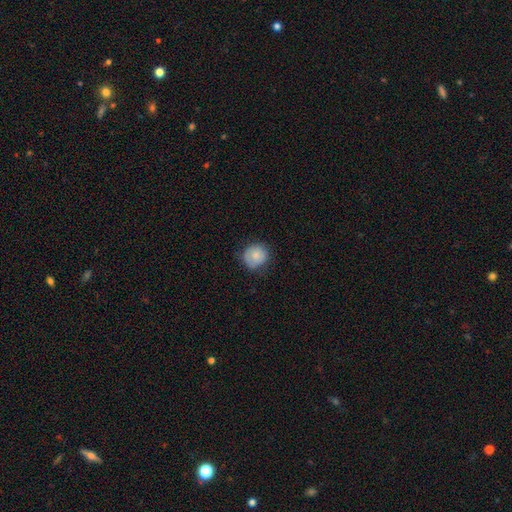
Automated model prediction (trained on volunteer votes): smooth 77%, featured or disk 15%, star or artifact 7%. Down the decision tree: how rounded — round (85%); merging — none (73%).